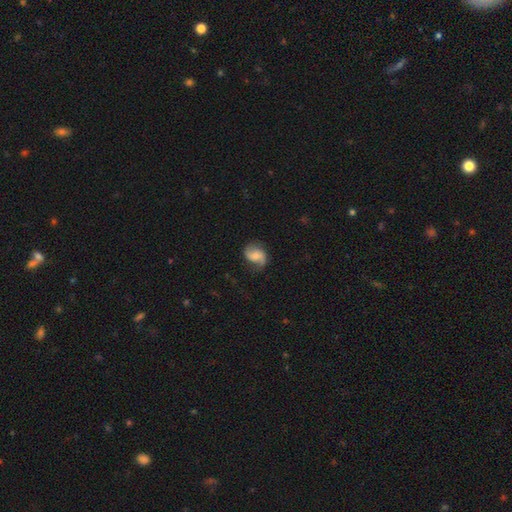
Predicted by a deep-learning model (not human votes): Smooth or featured: featured or disk — 68% (smooth — 24%)
Edge-on disk: no — 98% (yes — 2%)
Bar: no — 50% (weak — 40%)
Spiral arms: yes — 94% (no — 6%)
Spiral winding: loose — 50% (medium — 37%)
Spiral arm count: 2 — 87% (1 — 6%)
Bulge size: moderate — 45% (small — 40%)
Merging: none — 70% (minor disturbance — 20%)